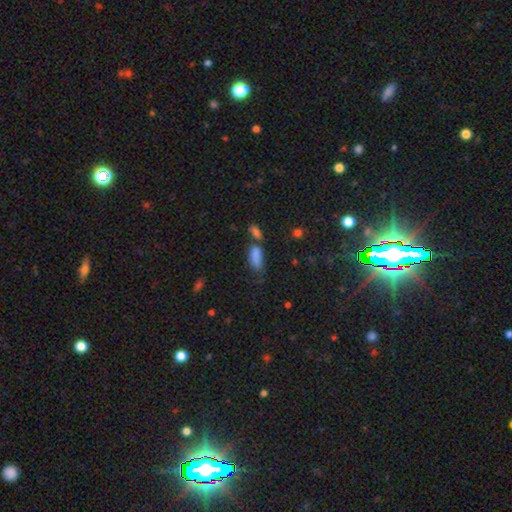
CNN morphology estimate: type=smooth (81%); roundness=in between (81%); merging=none (34%).